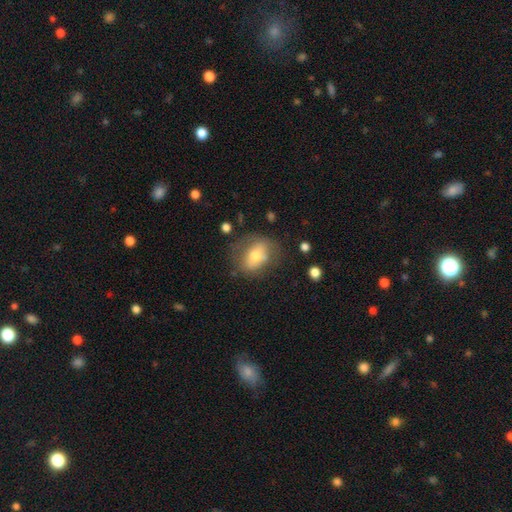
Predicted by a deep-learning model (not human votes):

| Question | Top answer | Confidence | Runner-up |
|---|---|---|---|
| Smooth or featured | smooth | 63% | featured or disk (28%) |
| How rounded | in between | 66% | round (32%) |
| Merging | none | 63% | minor disturbance (22%) |